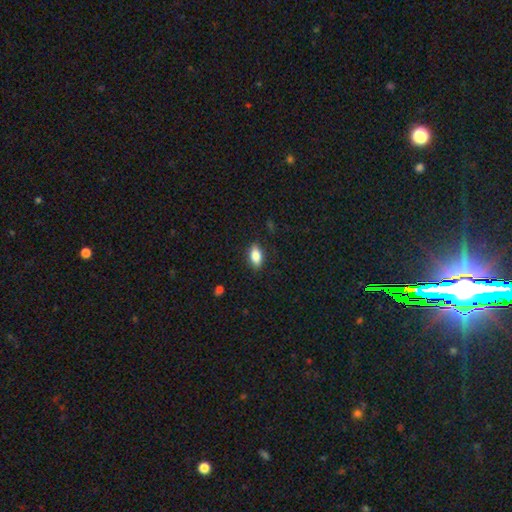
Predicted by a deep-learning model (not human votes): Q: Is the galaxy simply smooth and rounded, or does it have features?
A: smooth — 83%.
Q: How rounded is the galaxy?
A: in between — 88%.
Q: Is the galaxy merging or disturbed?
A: none — 86%.